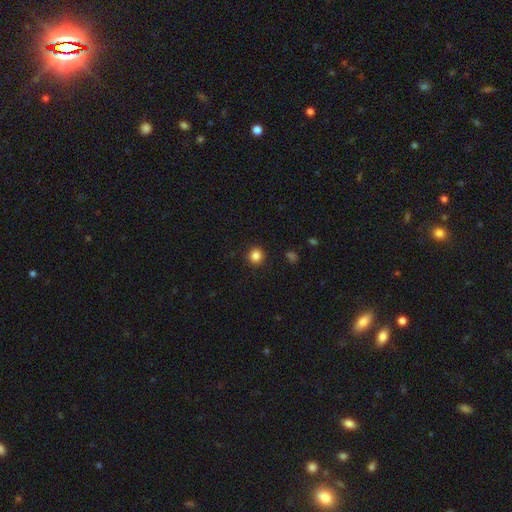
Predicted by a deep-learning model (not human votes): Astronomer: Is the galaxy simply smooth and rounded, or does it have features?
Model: smooth — 85%.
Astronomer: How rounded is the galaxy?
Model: round — 92%.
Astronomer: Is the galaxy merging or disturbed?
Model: none — 92%.